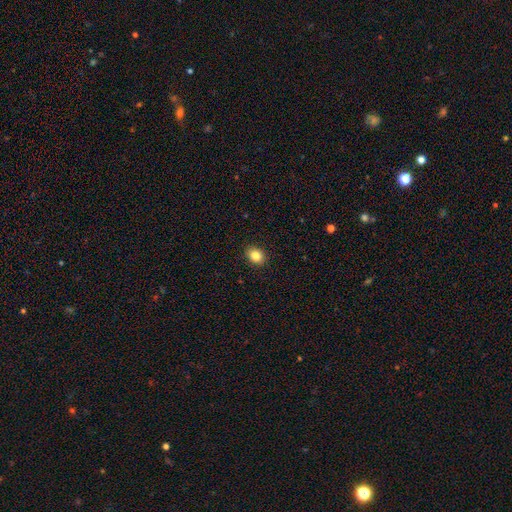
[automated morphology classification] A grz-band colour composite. It shows a smooth galaxy with no disk features (85%) that is in between round and cigar-shaped (53%). Merging: none (91%).